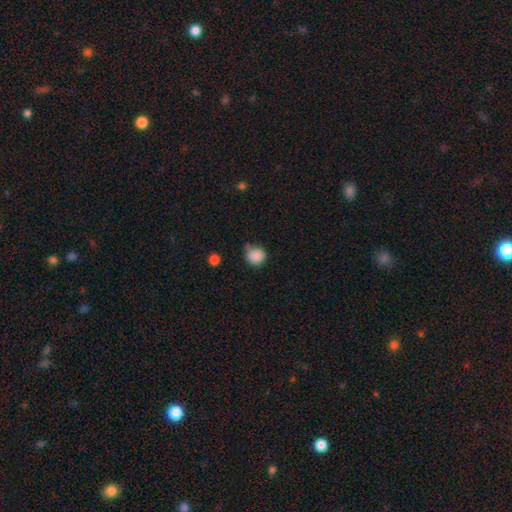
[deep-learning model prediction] This is clearly a smooth galaxy (87%). How rounded: clearly round (88%). Merging: likely none (63%).